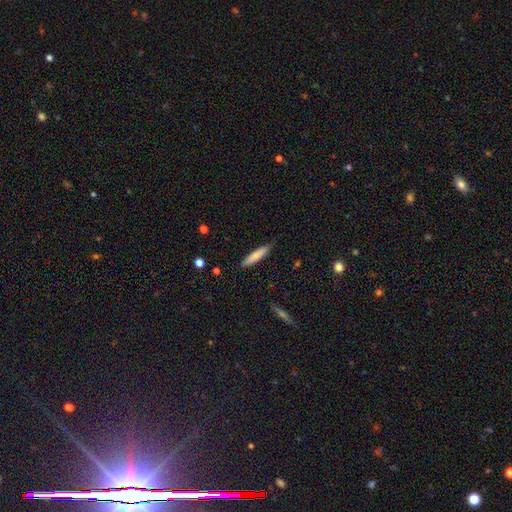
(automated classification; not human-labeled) A smooth galaxy with no disk features (77%) that is cigar-shaped (84%).

Vote fractions:
- Smooth or featured? smooth: 77% / featured or disk: 17% / star or artifact: 6%
- How rounded? cigar-shaped: 84% / in between: 14% / round: 1%
- Merging? none: 82% / minor disturbance: 15% / major disturbance: 2% / merger: 1%